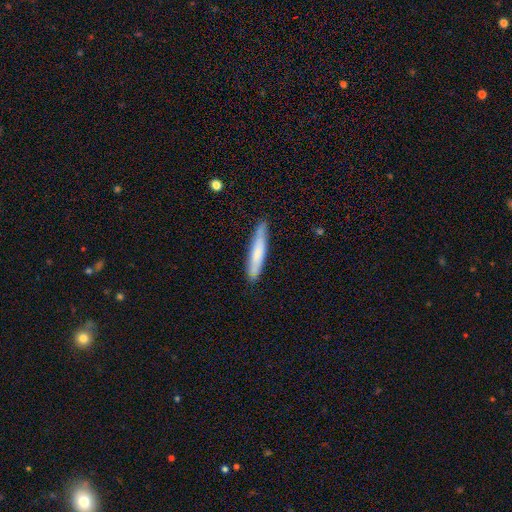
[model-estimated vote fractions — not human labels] Morphology: type=smooth (70%); roundness=cigar-shaped (89%); merging=none (77%).